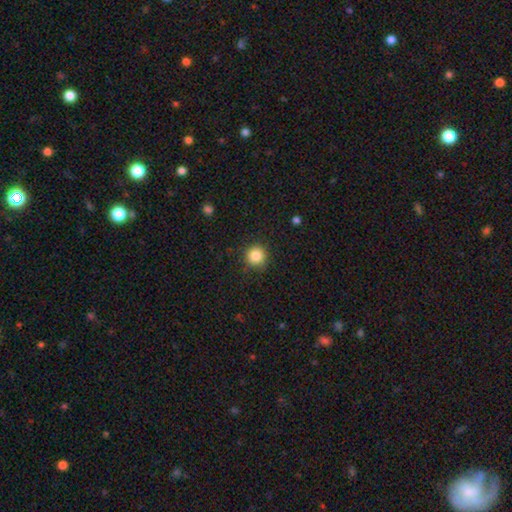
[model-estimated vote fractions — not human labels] Morphology: type=smooth (85%); roundness=round (94%); merging=none (88%).